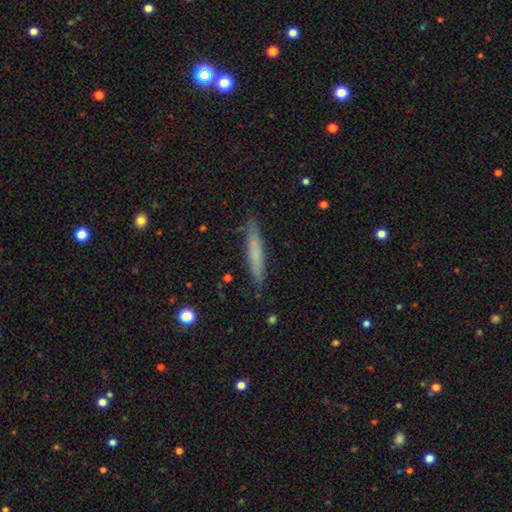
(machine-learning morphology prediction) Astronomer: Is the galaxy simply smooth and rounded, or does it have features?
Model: smooth — 65%.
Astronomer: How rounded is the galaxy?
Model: cigar-shaped — 93%.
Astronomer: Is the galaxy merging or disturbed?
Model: none — 85%.